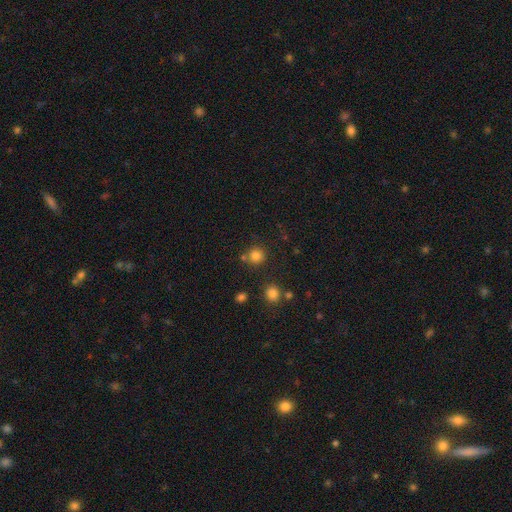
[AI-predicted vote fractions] This is clearly a smooth galaxy (81%). How rounded: clearly round (91%). Merging: likely none (76%).